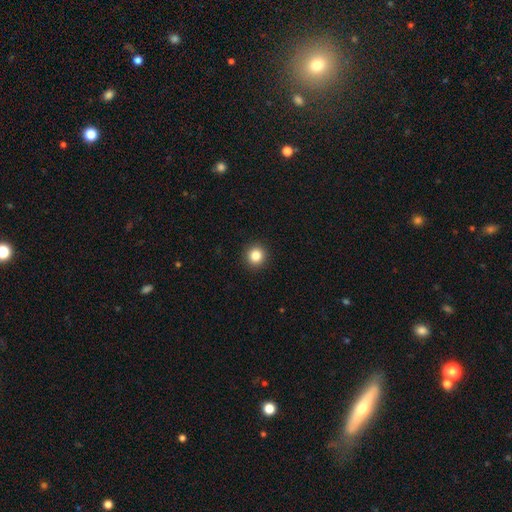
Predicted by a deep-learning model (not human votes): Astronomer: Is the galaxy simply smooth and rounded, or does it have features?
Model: smooth — 84%.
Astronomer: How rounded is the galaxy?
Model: round — 94%.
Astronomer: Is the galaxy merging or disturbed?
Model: none — 93%.